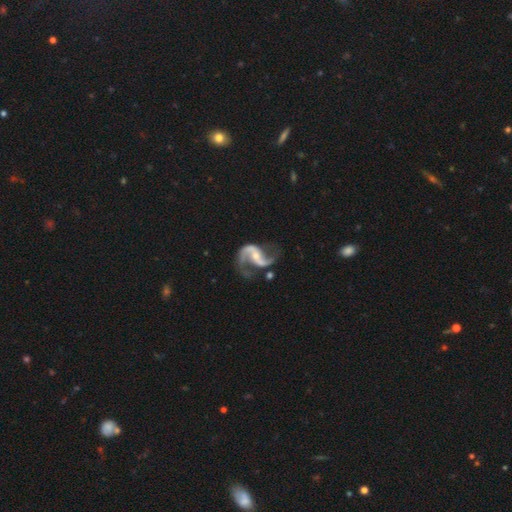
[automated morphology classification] Smooth or featured? Predicted: featured or disk (p=0.92). Edge-on disk? Predicted: no (p=0.98). Bar? Predicted: weak (p=0.39). Spiral arms? Predicted: yes (p=0.98). Spiral winding? Predicted: loose (p=0.63). Spiral arm count? Predicted: 2 (p=0.93). Bulge size? Predicted: small (p=0.54). Merging? Predicted: none (p=0.67).